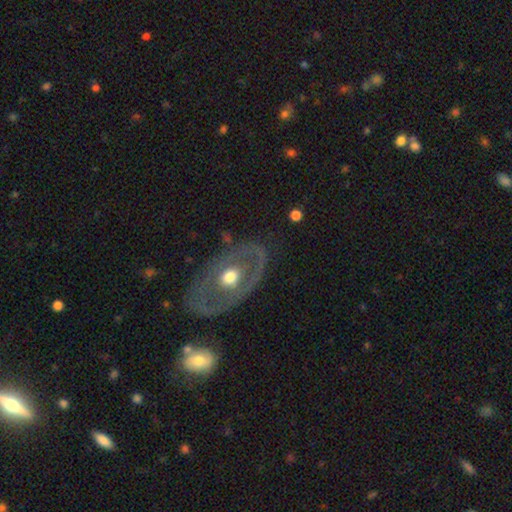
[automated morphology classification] type=featured or disk (70%); edge-on=no (91%); bar=no (84%); spiral arms=no (72%); bulge=moderate (75%); merging=none (76%).